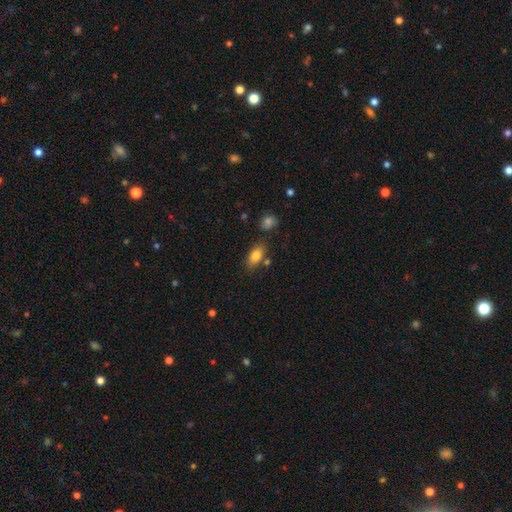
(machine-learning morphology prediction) A smooth galaxy with no disk features (82%) that is in between round and cigar-shaped (88%).

Vote fractions:
- Smooth or featured? smooth: 82% / featured or disk: 10% / star or artifact: 8%
- How rounded? in between: 88% / round: 6% / cigar-shaped: 6%
- Merging? none: 73% / minor disturbance: 15% / merger: 8% / major disturbance: 4%